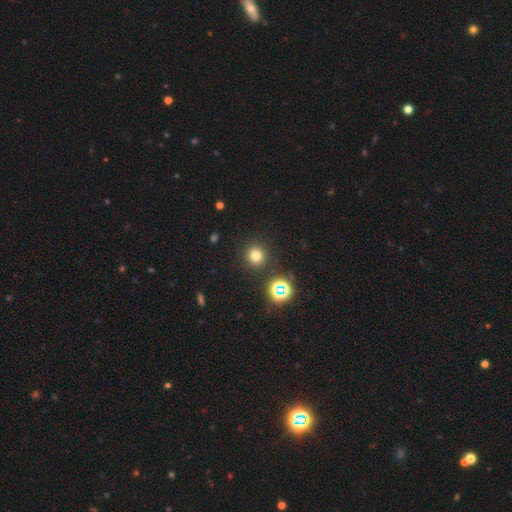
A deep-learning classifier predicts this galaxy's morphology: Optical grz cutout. It shows a smooth galaxy with no disk features (73%) that is round (94%). Merging: none (89%).